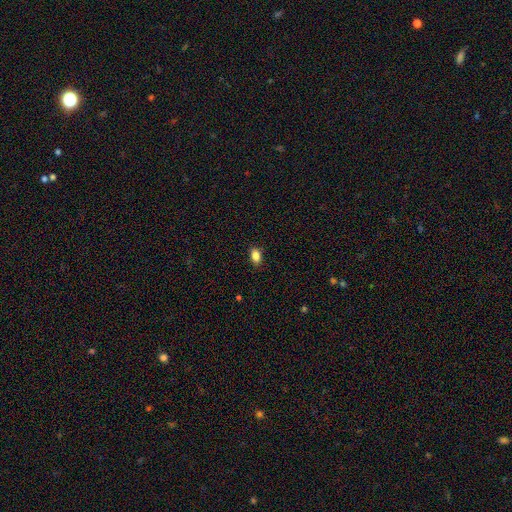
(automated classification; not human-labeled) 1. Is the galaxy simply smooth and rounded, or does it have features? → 86% smooth, 9% star or artifact, 5% featured or disk.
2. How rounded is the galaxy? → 84% in between, 13% round, 2% cigar-shaped.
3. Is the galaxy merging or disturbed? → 86% none, 11% minor disturbance, 2% major disturbance, 1% merger.